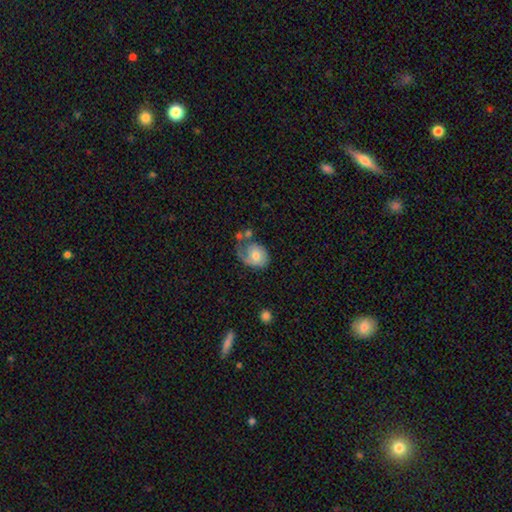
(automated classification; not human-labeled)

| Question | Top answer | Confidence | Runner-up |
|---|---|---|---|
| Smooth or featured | smooth | 51% | featured or disk (42%) |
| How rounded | in between | 54% | round (45%) |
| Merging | none | 34% | major disturbance (29%) |